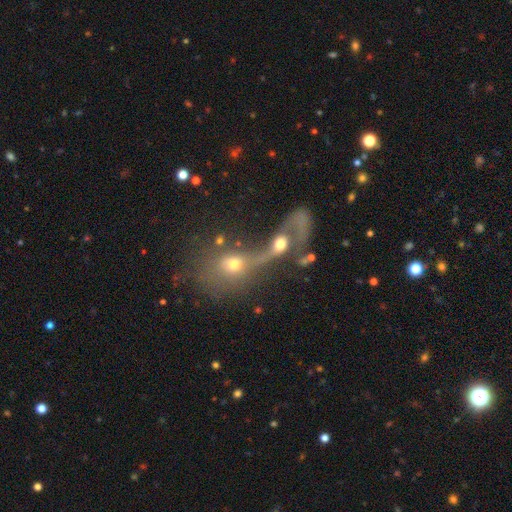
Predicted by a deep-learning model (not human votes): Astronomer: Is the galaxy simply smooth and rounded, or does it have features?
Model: smooth — 40% (runner-up: star or artifact, 39%).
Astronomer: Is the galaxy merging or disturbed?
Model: none — 42% (runner-up: merger, 36%).